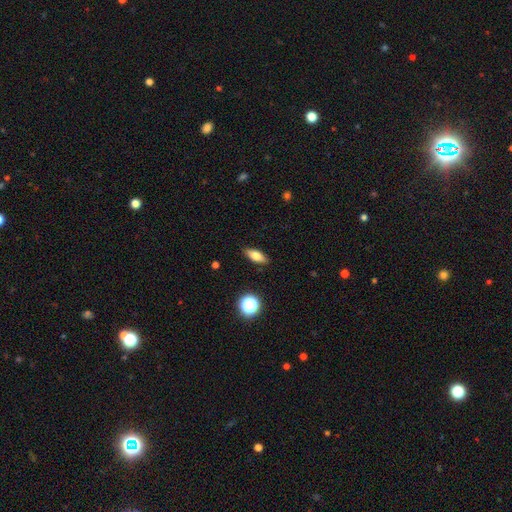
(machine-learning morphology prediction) Smooth or featured? smooth (68%)
How rounded? in between (70%)
Merging? none (88%)